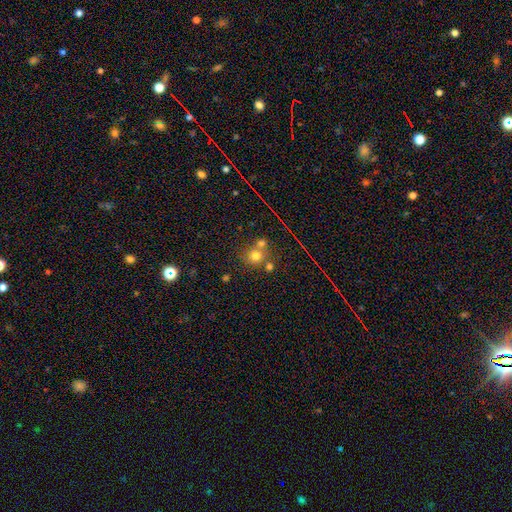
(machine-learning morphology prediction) Smooth or featured?
  - smooth: 70% *
  - star or artifact: 18%
  - featured or disk: 12%
How rounded?
  - round: 85% *
  - in between: 14%
  - cigar-shaped: 1%
Merging?
  - none: 52% *
  - merger: 35%
  - minor disturbance: 8%
  - major disturbance: 4%